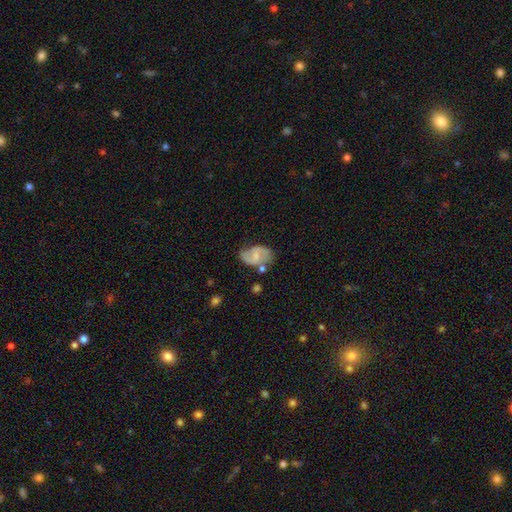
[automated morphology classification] Smooth or featured: featured or disk — 65% (smooth — 28%)
Edge-on disk: no — 97% (yes — 3%)
Bar: weak — 49% (no — 38%)
Spiral arms: yes — 87% (no — 13%)
Spiral winding: medium — 46% (loose — 36%)
Spiral arm count: 2 — 86% (can't tell — 8%)
Bulge size: small — 53% (moderate — 29%)
Merging: none — 60% (minor disturbance — 23%)